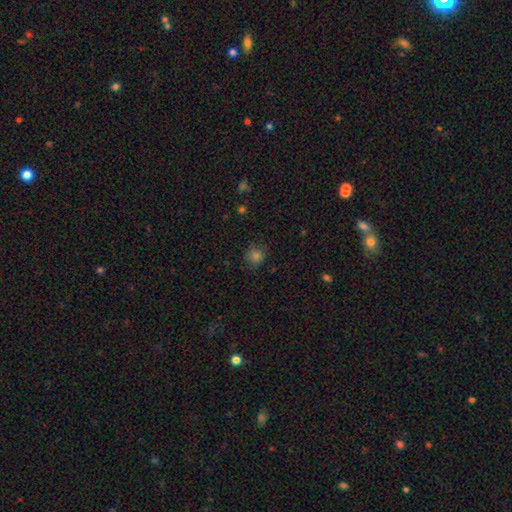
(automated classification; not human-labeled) Smooth or featured? Predicted: smooth (p=0.76). How rounded? Predicted: round (p=0.86). Merging? Predicted: none (p=0.80).